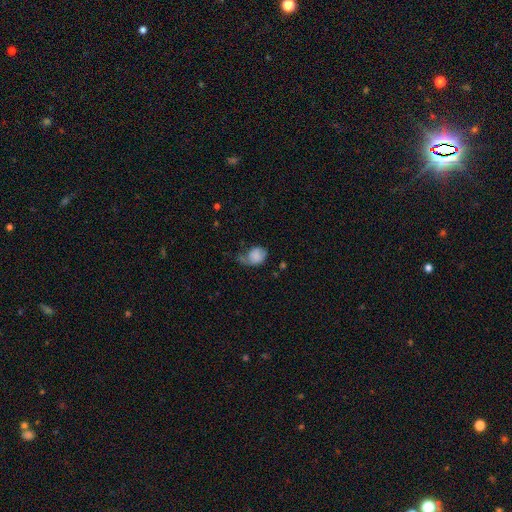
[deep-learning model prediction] Morphology: type=smooth (70%); roundness=in between (61%); merging=major disturbance (40%).